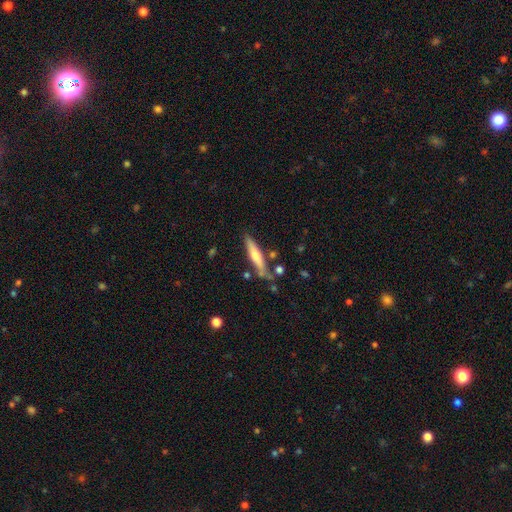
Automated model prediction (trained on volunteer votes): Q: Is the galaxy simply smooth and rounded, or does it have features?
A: featured or disk — 48%.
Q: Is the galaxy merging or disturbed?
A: none — 75%.